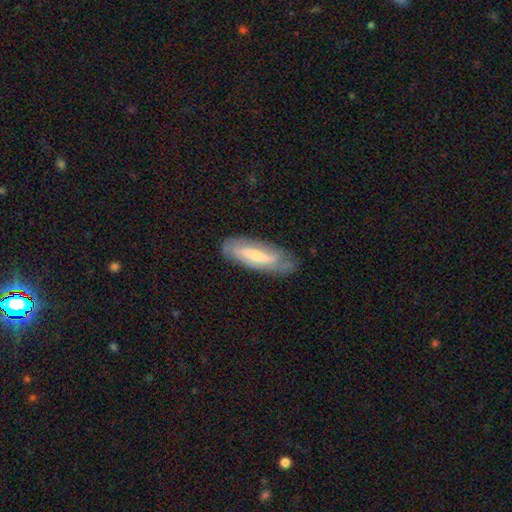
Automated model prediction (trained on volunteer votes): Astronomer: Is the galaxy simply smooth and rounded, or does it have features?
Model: featured or disk — 53% (runner-up: smooth, 41%).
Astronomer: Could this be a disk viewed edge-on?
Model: no — 78%.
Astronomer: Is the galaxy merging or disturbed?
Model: none — 74%.